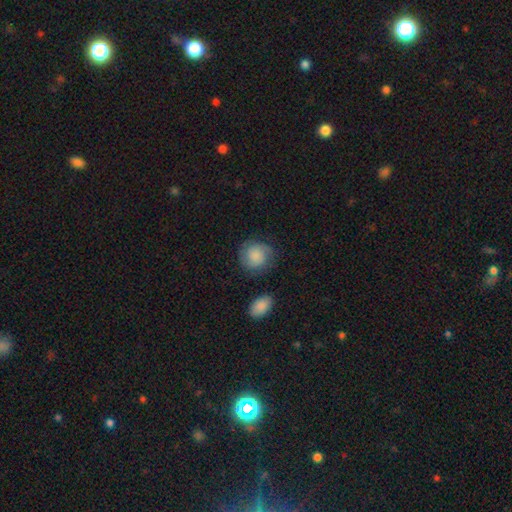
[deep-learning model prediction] This appears to be a smooth galaxy with no disk features (62%) that is round (84%). Merging: none (73%).